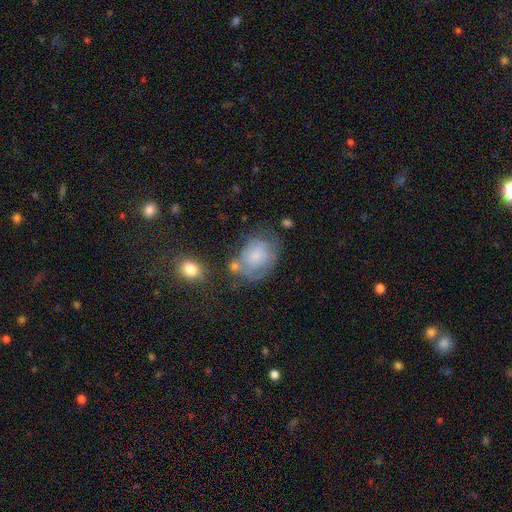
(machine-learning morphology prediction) Q: Smooth or featured?
A: smooth (53%); runner-up: featured or disk (38%)
Q: How rounded?
A: in between (57%); runner-up: round (42%)
Q: Merging?
A: none (45%); runner-up: minor disturbance (28%)